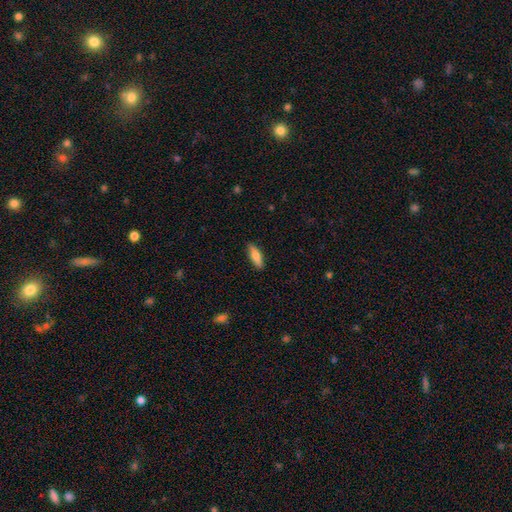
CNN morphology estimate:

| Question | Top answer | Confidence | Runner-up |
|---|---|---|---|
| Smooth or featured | smooth | 78% | featured or disk (16%) |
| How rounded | cigar-shaped | 51% | in between (47%) |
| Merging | none | 87% | minor disturbance (10%) |